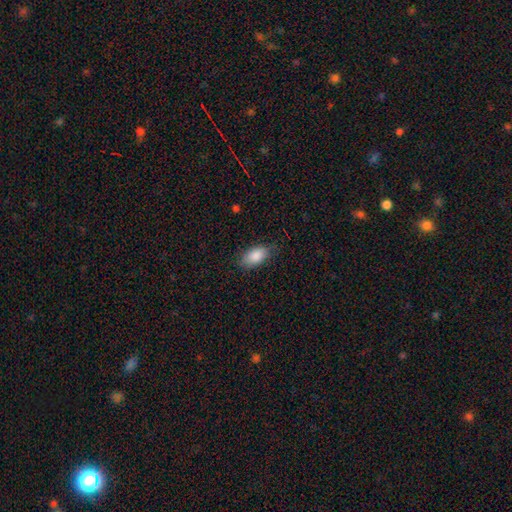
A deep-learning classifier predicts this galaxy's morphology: The model was most divided on "merging": none: 80%, minor disturbance: 16%, major disturbance: 4%, merger: 1%. More confident: how rounded — in between (92%); smooth or featured — smooth (86%).